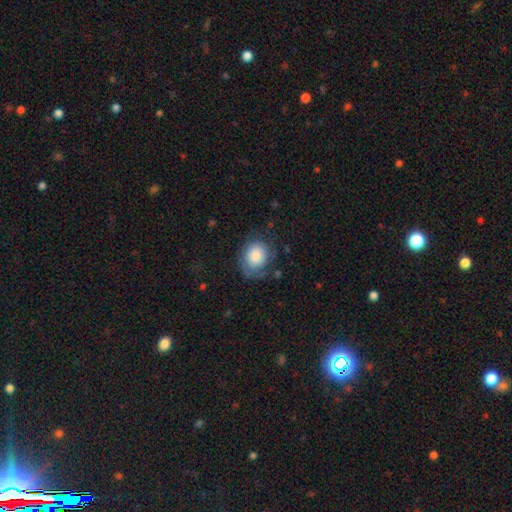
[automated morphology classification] A smooth galaxy with no disk features (77%) that is round (57%).

Vote fractions:
- Smooth or featured? smooth: 77% / featured or disk: 16% / star or artifact: 7%
- How rounded? round: 57% / in between: 43% / cigar-shaped: 1%
- Merging? none: 59% / minor disturbance: 25% / major disturbance: 14% / merger: 2%